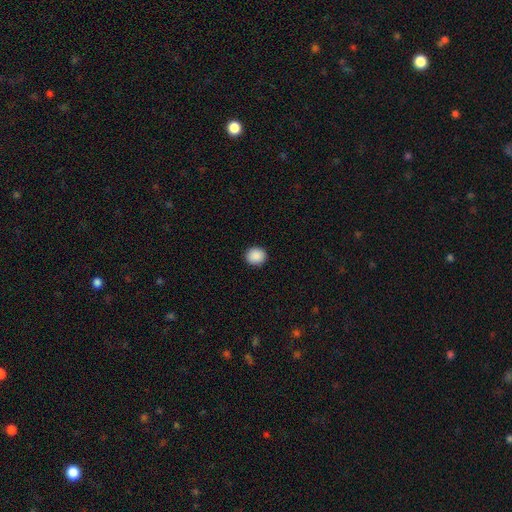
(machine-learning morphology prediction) Smooth or featured: smooth — 90% (star or artifact — 8%)
How rounded: round — 86% (in between — 13%)
Merging: none — 92% (minor disturbance — 5%)